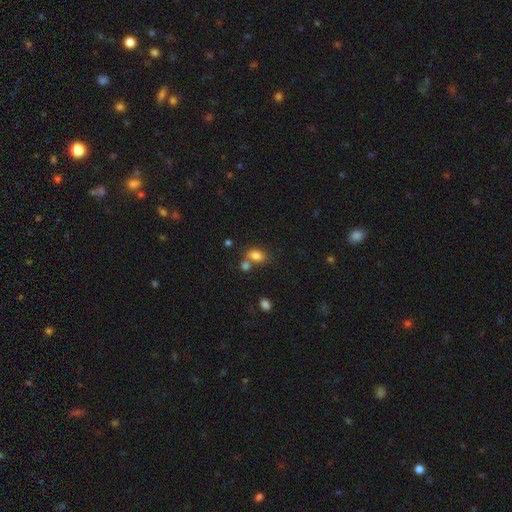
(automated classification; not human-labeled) The model was most divided on "merging": none: 48%, merger: 33%, minor disturbance: 13%, major disturbance: 5%. More confident: how rounded — in between (83%); smooth or featured — smooth (81%).